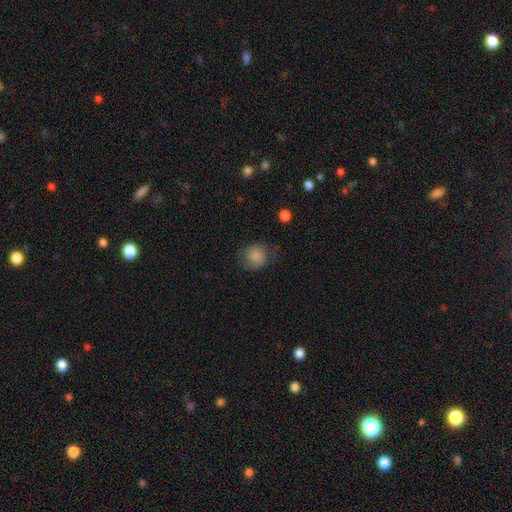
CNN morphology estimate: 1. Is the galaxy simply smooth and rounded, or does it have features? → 81% smooth, 10% featured or disk, 8% star or artifact.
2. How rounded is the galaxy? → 78% round, 21% in between, 1% cigar-shaped.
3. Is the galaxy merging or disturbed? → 69% none, 22% minor disturbance, 8% major disturbance, 1% merger.